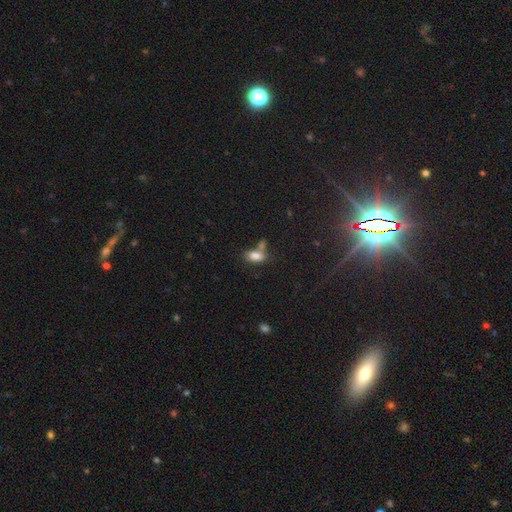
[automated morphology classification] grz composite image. It shows a smooth galaxy with no disk features (81%) that is in between round and cigar-shaped (88%). Merging: none (45%).